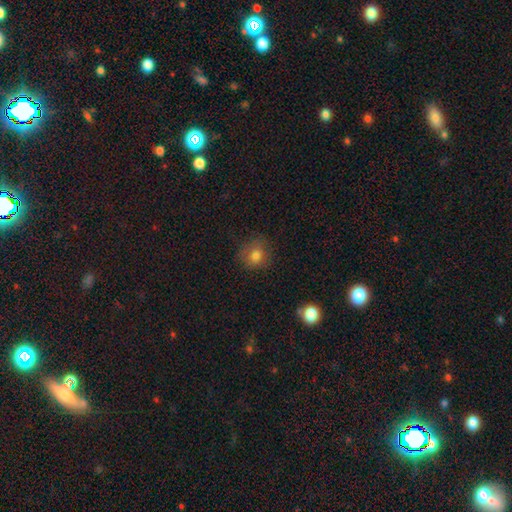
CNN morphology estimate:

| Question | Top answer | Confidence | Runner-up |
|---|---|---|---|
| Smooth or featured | smooth | 78% | star or artifact (12%) |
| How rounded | round | 78% | in between (21%) |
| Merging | none | 72% | minor disturbance (19%) |